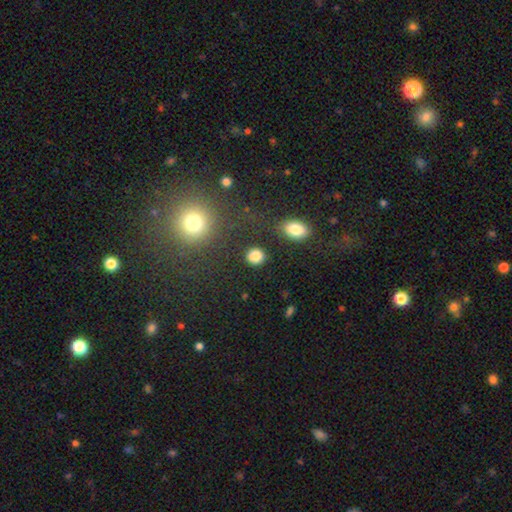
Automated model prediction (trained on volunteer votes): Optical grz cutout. It shows a smooth galaxy with no disk features (86%) that is round (84%). Merging: none (87%).